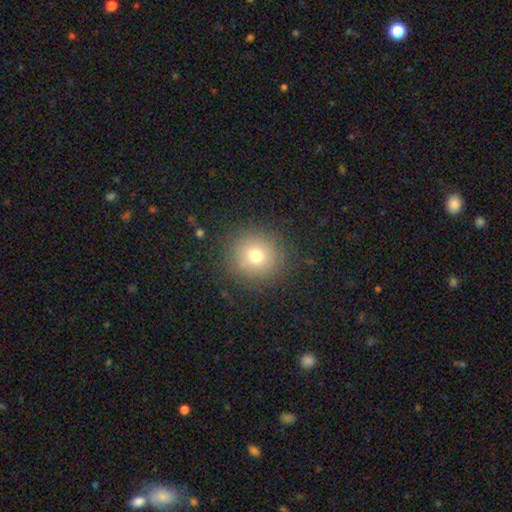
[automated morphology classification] Smooth or featured? smooth (73%)
How rounded? round (93%)
Merging? none (87%)